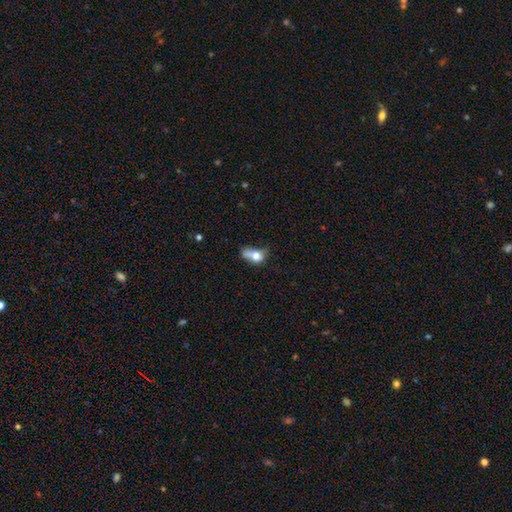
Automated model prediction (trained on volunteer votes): This is likely a smooth galaxy (69%). How rounded: likely in between (70%). Merging: marginally major disturbance (31%).